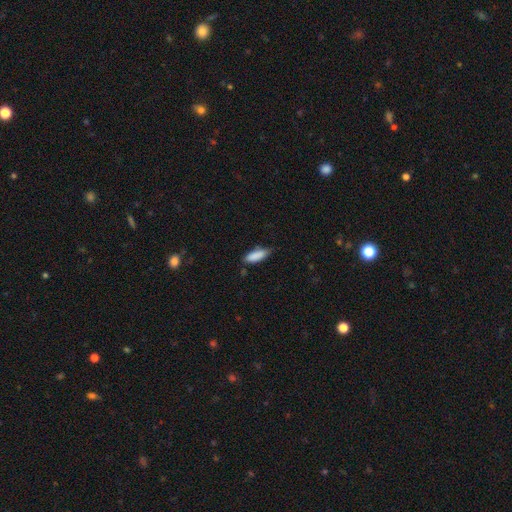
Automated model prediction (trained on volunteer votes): smooth_or_featured: smooth (p=0.88) [alt: star or artifact p=0.07]
how_rounded: in between (p=0.62) [alt: cigar-shaped p=0.37]
merging: none (p=0.71) [alt: minor disturbance p=0.23]